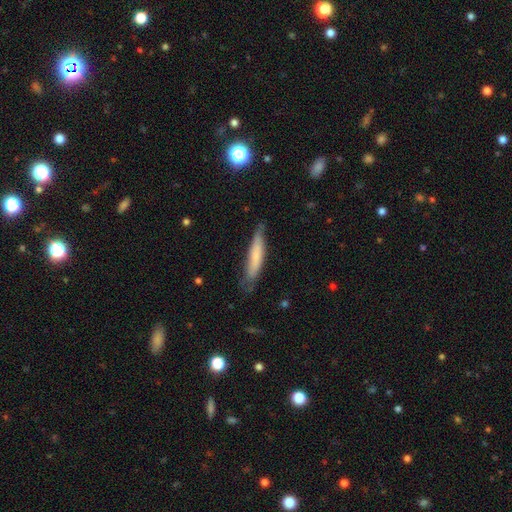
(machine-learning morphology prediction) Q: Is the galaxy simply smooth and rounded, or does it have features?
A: smooth — 63%.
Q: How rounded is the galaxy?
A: cigar-shaped — 86%.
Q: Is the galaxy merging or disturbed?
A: none — 66%.